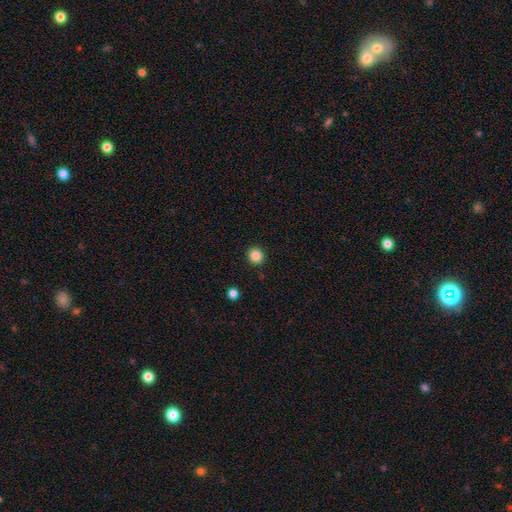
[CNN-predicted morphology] A smooth galaxy with no disk features (85%) that is round (93%). Merging: none (92%).